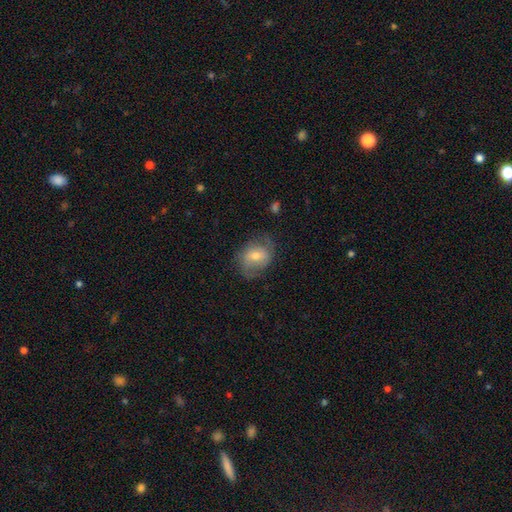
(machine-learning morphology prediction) A smooth galaxy with no disk features (47%).

Vote fractions:
- Smooth or featured? smooth: 47% / featured or disk: 45% / star or artifact: 8%
- Merging? none: 62% / minor disturbance: 24% / major disturbance: 12% / merger: 1%